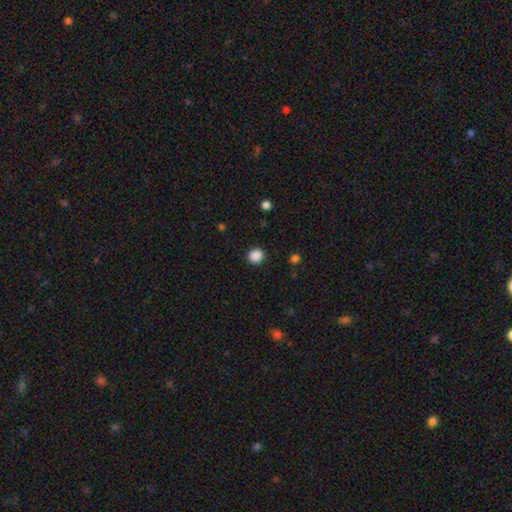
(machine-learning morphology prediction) This appears to be a smooth galaxy with no disk features (88%) that is round (84%). Merging: none (91%).